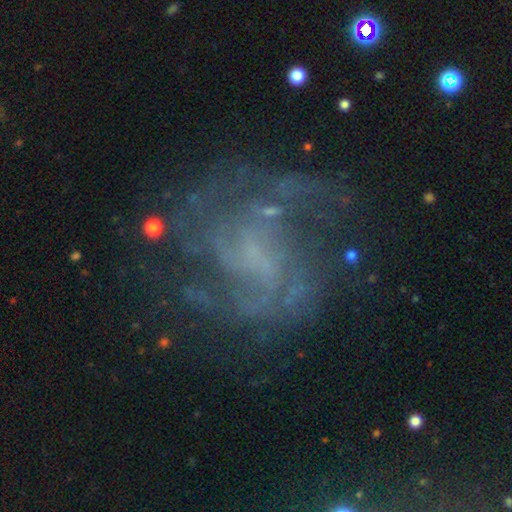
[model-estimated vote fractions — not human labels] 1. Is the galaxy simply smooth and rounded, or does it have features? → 78% featured or disk, 13% star or artifact, 9% smooth.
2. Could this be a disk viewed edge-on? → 98% no, 2% yes.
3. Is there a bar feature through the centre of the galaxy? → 50% no, 38% weak, 11% strong.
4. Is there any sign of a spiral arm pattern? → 88% yes, 12% no.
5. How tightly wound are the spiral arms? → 45% medium, 28% loose, 27% tight.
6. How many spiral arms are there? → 34% 2, 29% can't tell, 17% 3, 7% 4, 7% 1, 6% more than 4.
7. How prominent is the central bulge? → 57% none, 27% small, 12% moderate, 3% large, 1% dominant.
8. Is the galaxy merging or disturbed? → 58% none, 21% major disturbance, 17% minor disturbance, 4% merger.